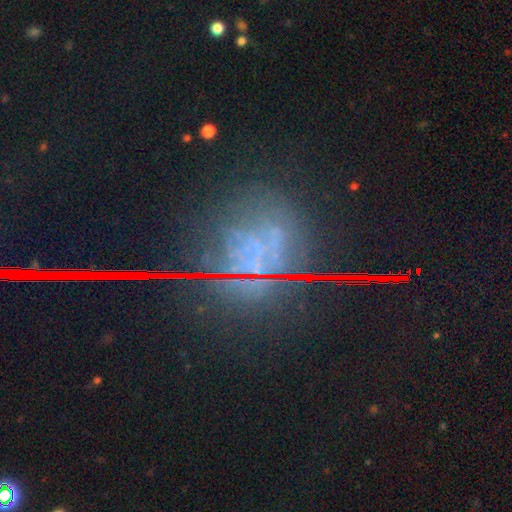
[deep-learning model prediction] The model was most divided on "smooth or featured": star or artifact: 66%, featured or disk: 19%, smooth: 15%.